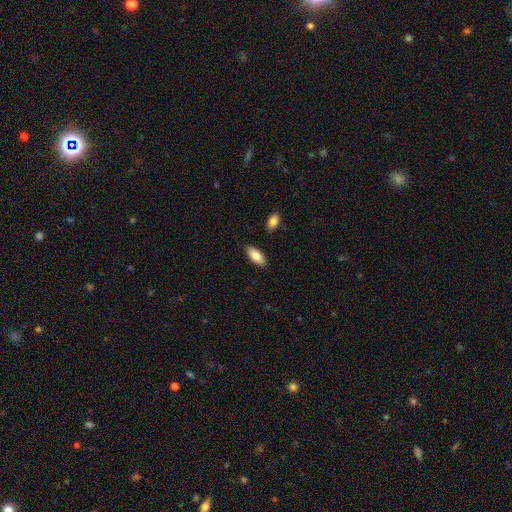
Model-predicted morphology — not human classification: Overall: smooth (85%). How rounded: in between (85%). Merging: none (87%).